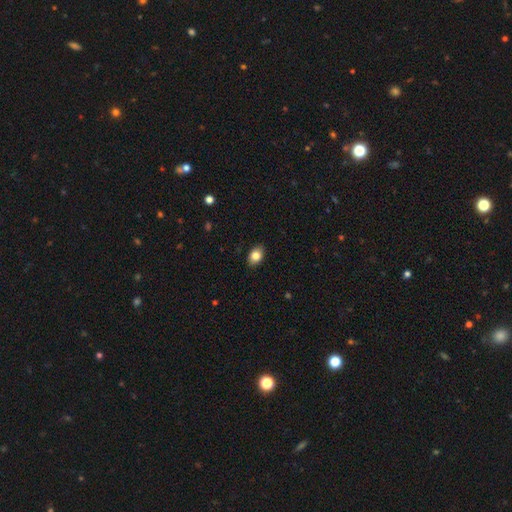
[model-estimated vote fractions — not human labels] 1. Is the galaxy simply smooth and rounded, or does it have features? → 83% smooth, 9% featured or disk, 8% star or artifact.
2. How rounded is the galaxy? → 80% in between, 19% round, 1% cigar-shaped.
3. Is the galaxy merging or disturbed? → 88% none, 9% minor disturbance, 2% major disturbance, 1% merger.